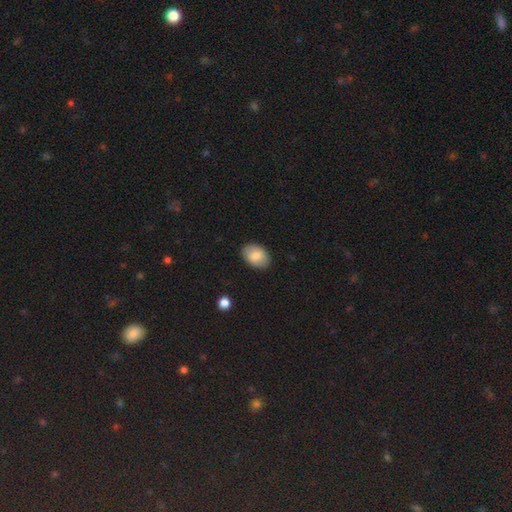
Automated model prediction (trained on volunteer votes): A smooth galaxy with no disk features (82%) that is in between round and cigar-shaped (82%). Merging: none (85%).